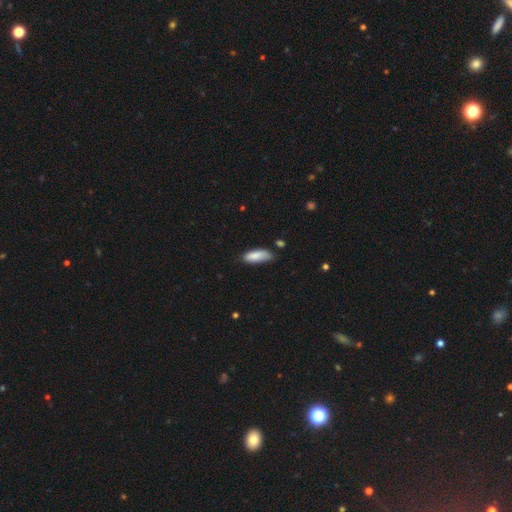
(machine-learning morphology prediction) smooth 84%, featured or disk 9%, star or artifact 6%. Down the decision tree: how rounded — in between (70%); merging — none (63%).